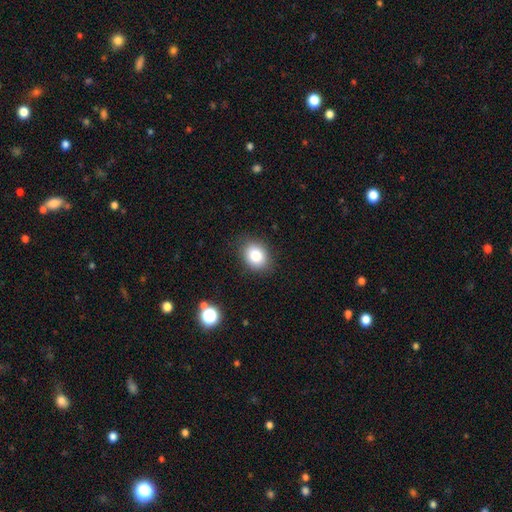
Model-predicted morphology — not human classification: A smooth galaxy with no disk features (83%) that is in between round and cigar-shaped (55%).

Vote fractions:
- Smooth or featured? smooth: 83% / star or artifact: 10% / featured or disk: 7%
- How rounded? in between: 55% / round: 44% / cigar-shaped: 1%
- Merging? none: 84% / minor disturbance: 12% / major disturbance: 3% / merger: 1%